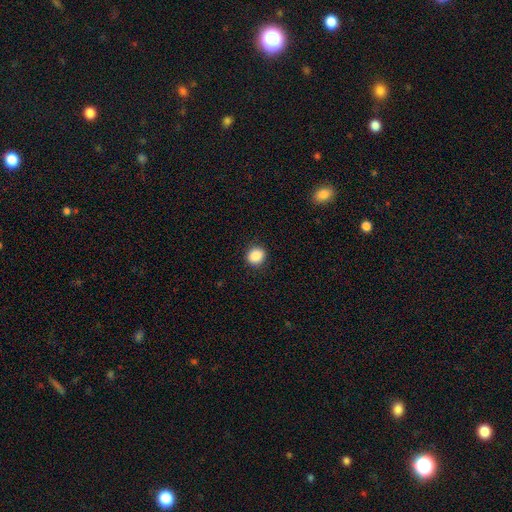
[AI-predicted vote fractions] A smooth galaxy with no disk features (88%) that is round (77%).

Vote fractions:
- Smooth or featured? smooth: 88% / star or artifact: 9% / featured or disk: 3%
- How rounded? round: 77% / in between: 22% / cigar-shaped: 1%
- Merging? none: 90% / minor disturbance: 7% / major disturbance: 2% / merger: 1%